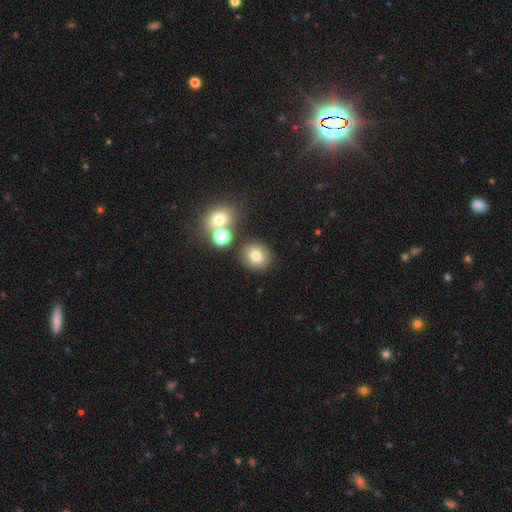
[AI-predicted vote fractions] smooth-or-featured: smooth: 77% | star or artifact: 13% | featured or disk: 9%
  how-rounded: round: 81% | in between: 18% | cigar-shaped: 1%
  merging: none: 81% | minor disturbance: 8% | merger: 8% | major disturbance: 3%